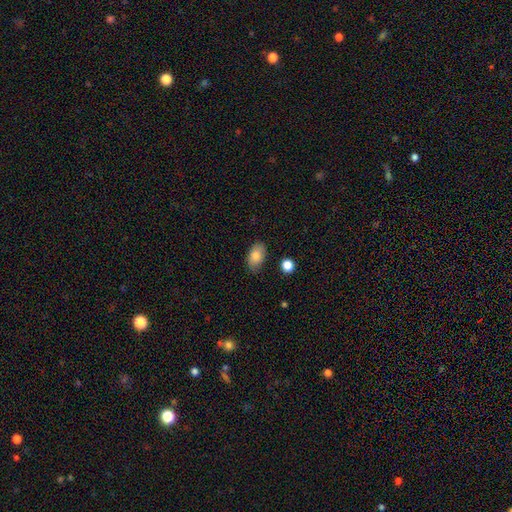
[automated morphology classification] smooth 82%, featured or disk 11%, star or artifact 7%. Down the decision tree: how rounded — in between (90%); merging — none (80%).